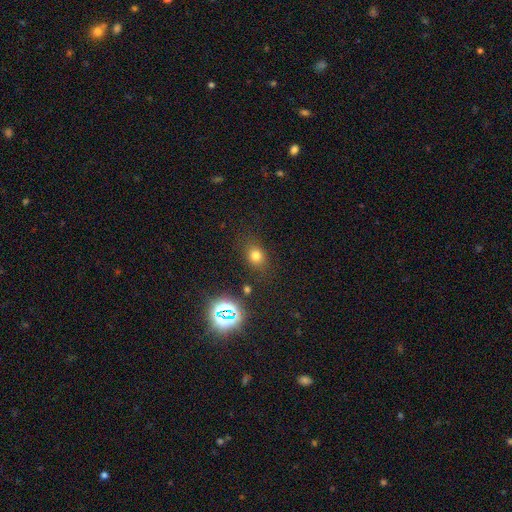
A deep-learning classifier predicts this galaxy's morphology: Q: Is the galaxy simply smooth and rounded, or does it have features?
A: smooth — 71%.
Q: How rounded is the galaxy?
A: round — 55%.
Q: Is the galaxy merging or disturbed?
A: none — 80%.